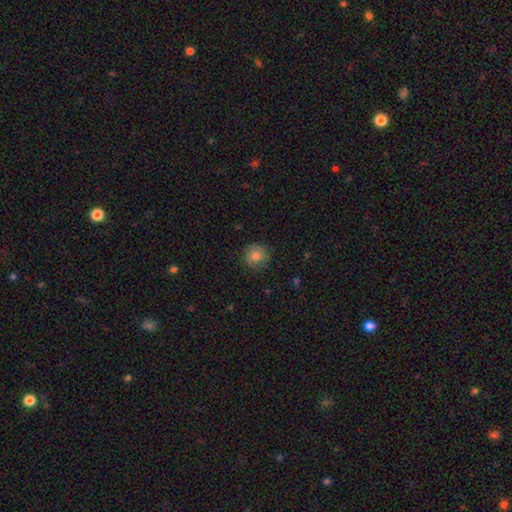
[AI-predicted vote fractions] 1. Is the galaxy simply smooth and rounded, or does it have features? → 76% smooth, 15% featured or disk, 10% star or artifact.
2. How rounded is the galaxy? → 89% round, 10% in between, 1% cigar-shaped.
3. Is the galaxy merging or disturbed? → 81% none, 14% minor disturbance, 4% major disturbance, 1% merger.